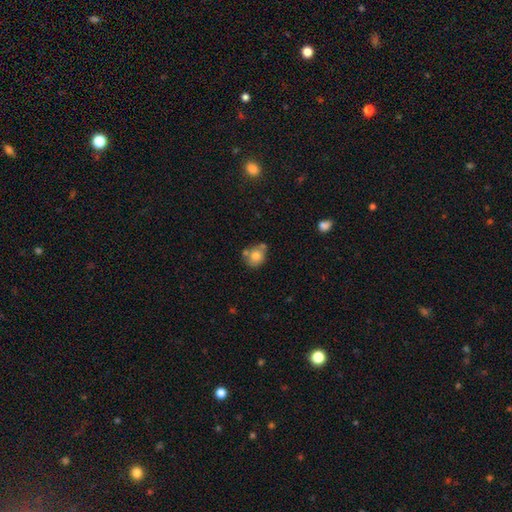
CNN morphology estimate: Smooth or featured? smooth (76%)
How rounded? round (64%)
Merging? none (54%)